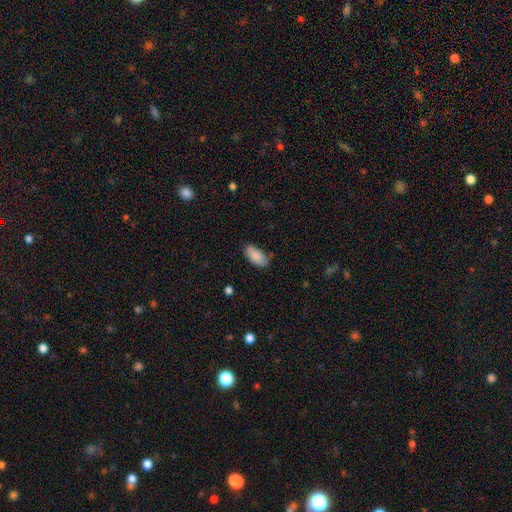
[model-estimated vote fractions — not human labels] Smooth or featured: smooth — 88% (star or artifact — 7%)
How rounded: in between — 91% (cigar-shaped — 7%)
Merging: none — 73% (minor disturbance — 21%)